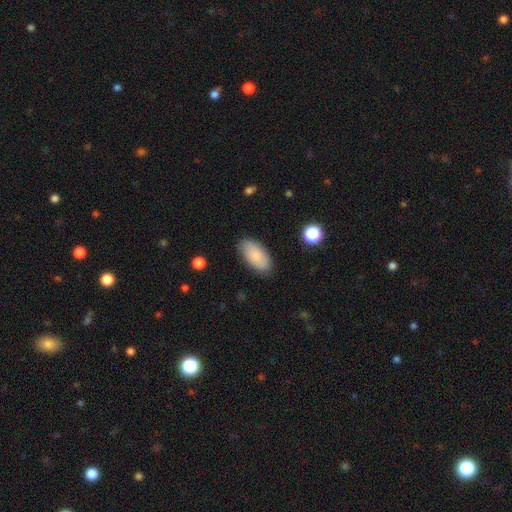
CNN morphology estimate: Smooth or featured?
  - smooth: 79% *
  - featured or disk: 15%
  - star or artifact: 7%
How rounded?
  - in between: 94% *
  - cigar-shaped: 4%
  - round: 2%
Merging?
  - none: 84% *
  - minor disturbance: 12%
  - major disturbance: 3%
  - merger: 1%